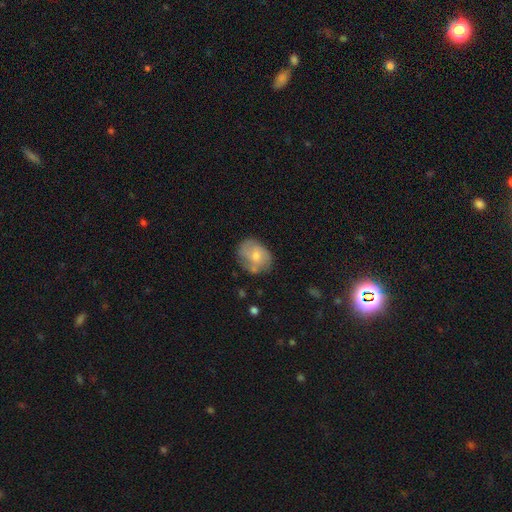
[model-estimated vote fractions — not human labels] Q: Smooth or featured?
A: smooth (52%); runner-up: featured or disk (40%)
Q: How rounded?
A: in between (51%); runner-up: round (48%)
Q: Merging?
A: none (58%); runner-up: minor disturbance (27%)